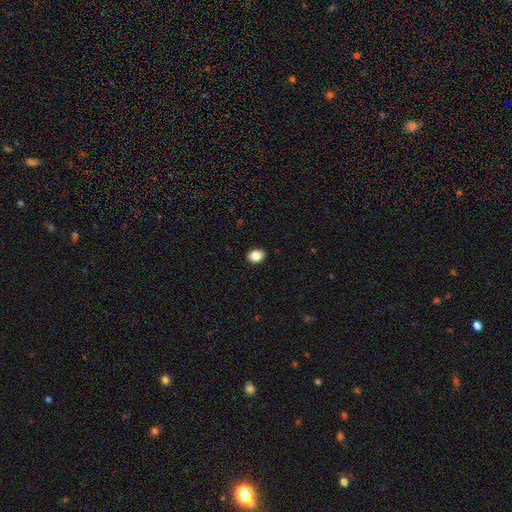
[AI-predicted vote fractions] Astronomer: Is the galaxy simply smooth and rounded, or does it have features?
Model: smooth — 86%.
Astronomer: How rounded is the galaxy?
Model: in between — 71%.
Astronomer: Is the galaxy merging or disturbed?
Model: none — 90%.